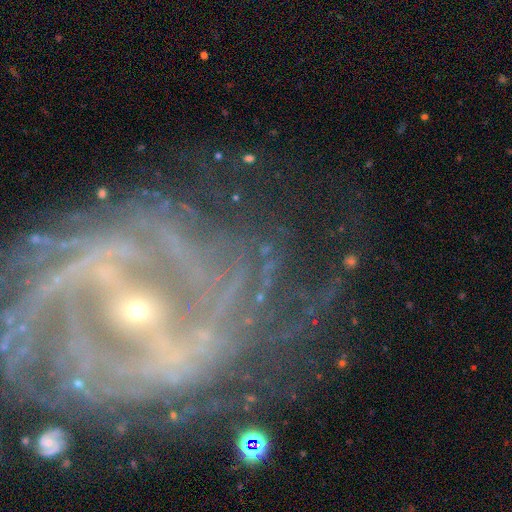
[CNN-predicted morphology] A featured or disk galaxy (88%) with a strong bar (53%), 2 (30%) tight (55%) spiral arms (94%) and a small central bulge (84%). Merging: none (64%).